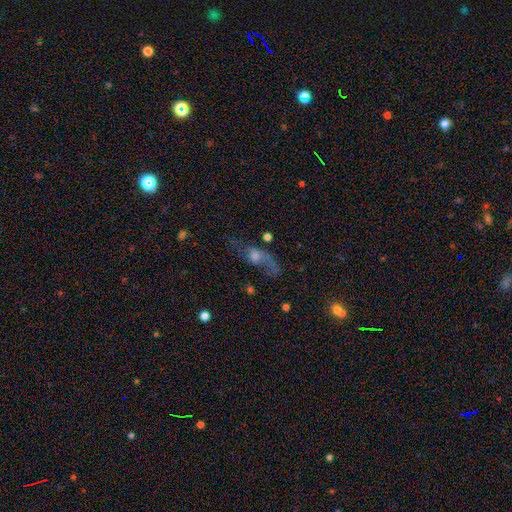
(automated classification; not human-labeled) This is possibly a featured or disk galaxy (57%). It is likely not viewed edge-on (79%). Merging: marginally none (44%).